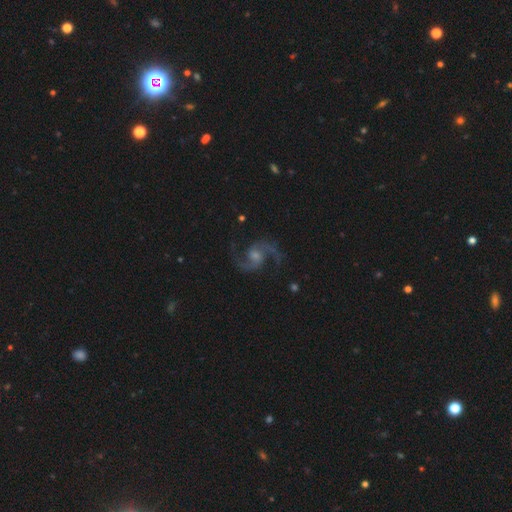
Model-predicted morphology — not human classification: Smooth or featured? featured or disk (92%)
Edge-on disk? no (98%)
Bar? no (47%)
Spiral arms? yes (98%)
Spiral winding? medium (54%)
Spiral arm count? 2 (94%)
Bulge size? moderate (43%)
Merging? none (81%)